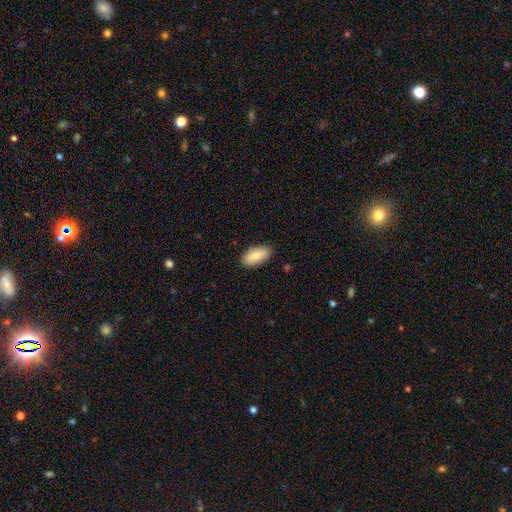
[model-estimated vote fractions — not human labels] This is clearly a smooth galaxy (84%). How rounded: clearly in between (90%). Merging: clearly none (87%).